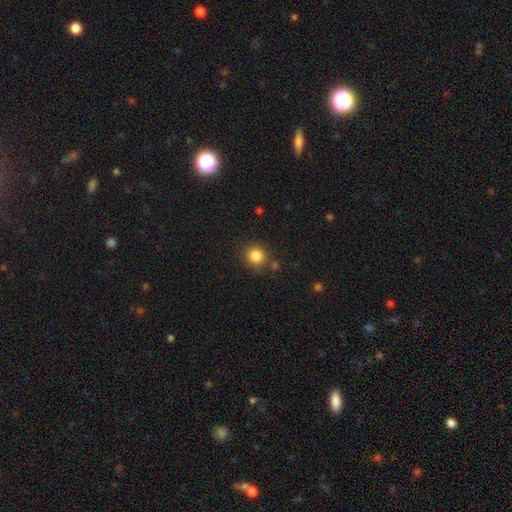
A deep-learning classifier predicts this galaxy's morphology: A smooth galaxy with no disk features (84%) that is round (92%). Merging: none (83%).